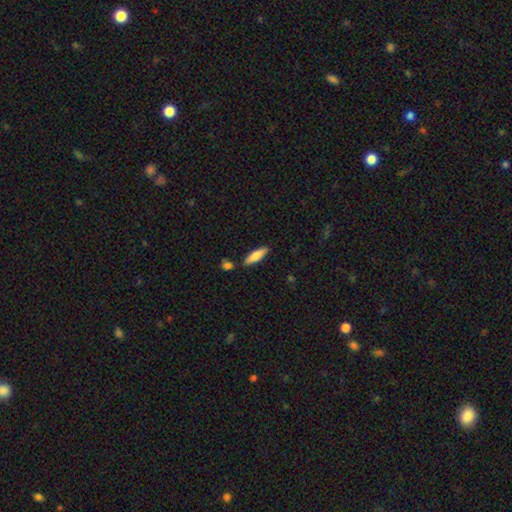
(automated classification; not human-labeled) Smooth or featured? Predicted: smooth (p=0.73). How rounded? Predicted: cigar-shaped (p=0.61). Merging? Predicted: none (p=0.83).